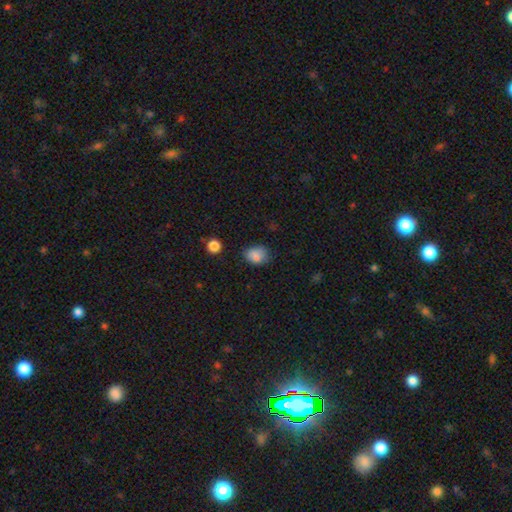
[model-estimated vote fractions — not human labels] A smooth galaxy with no disk features (82%) that is in between round and cigar-shaped (59%).

Vote fractions:
- Smooth or featured? smooth: 82% / star or artifact: 11% / featured or disk: 7%
- How rounded? in between: 59% / round: 39% / cigar-shaped: 1%
- Merging? none: 64% / minor disturbance: 26% / major disturbance: 6% / merger: 4%